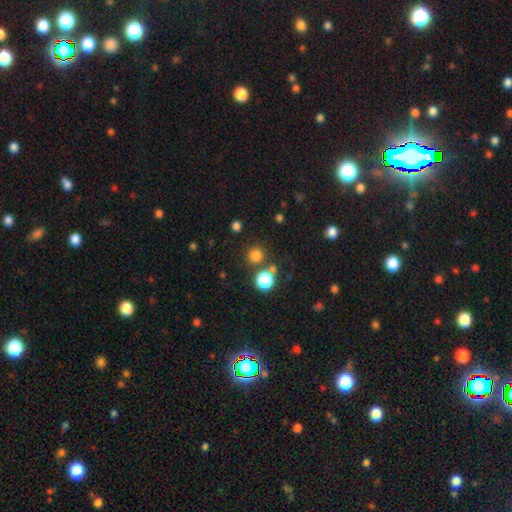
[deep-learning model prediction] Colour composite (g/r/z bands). It shows a smooth galaxy with no disk features (78%) that is round (93%). Merging: none (77%).